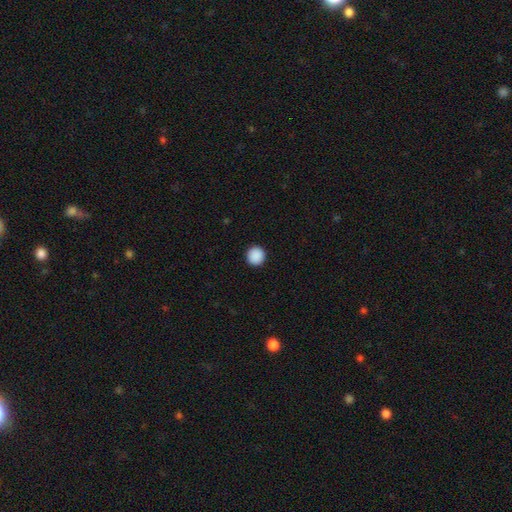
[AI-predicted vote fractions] The model was most divided on "smooth or featured": smooth: 90%, star or artifact: 8%, featured or disk: 2%. More confident: how rounded — round (95%); merging — none (93%).